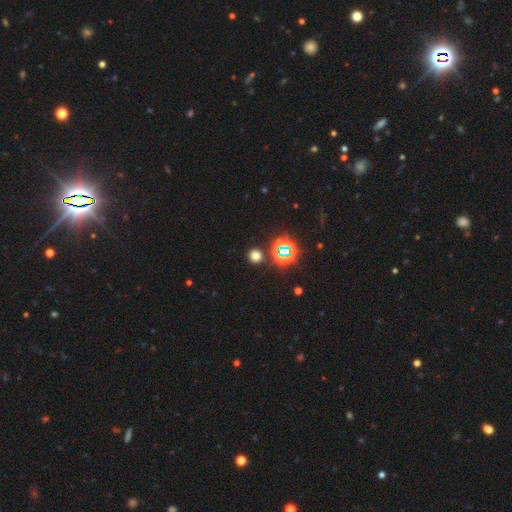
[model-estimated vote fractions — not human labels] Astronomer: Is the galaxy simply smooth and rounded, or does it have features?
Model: smooth — 66%.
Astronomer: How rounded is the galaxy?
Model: round — 88%.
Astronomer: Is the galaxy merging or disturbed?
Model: none — 88%.